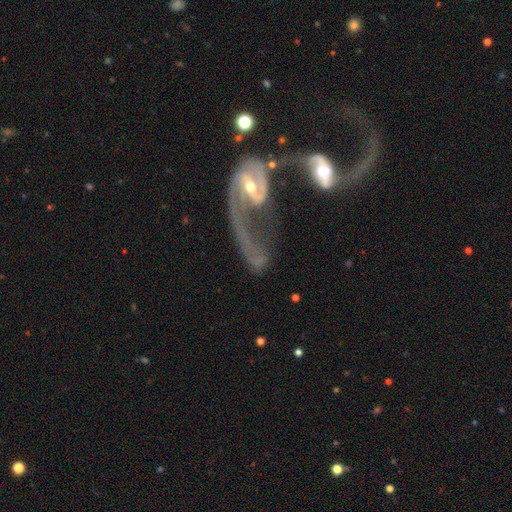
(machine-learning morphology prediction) This is likely a featured or disk galaxy (79%). It is clearly not viewed edge-on (94%). Bar: marginally weak (38%). Spiral arm pattern: clearly yes (85%). Spiral arm count: likely 2 (64%). Spiral winding: likely loose (60%). Central bulge: possibly moderate (52%). Merging: marginally merger (35%).